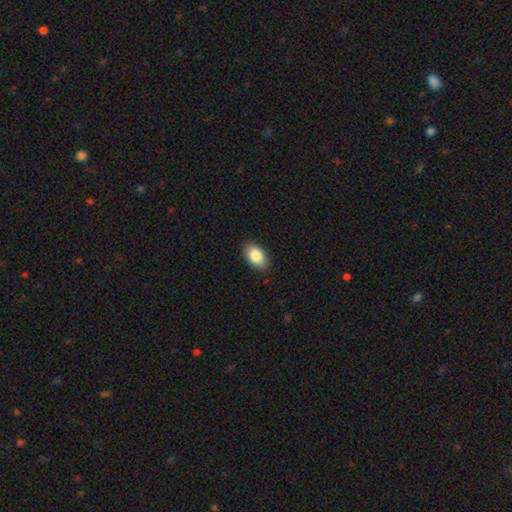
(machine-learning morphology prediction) Smooth or featured? Predicted: smooth (p=0.85). How rounded? Predicted: in between (p=0.93). Merging? Predicted: none (p=0.88).